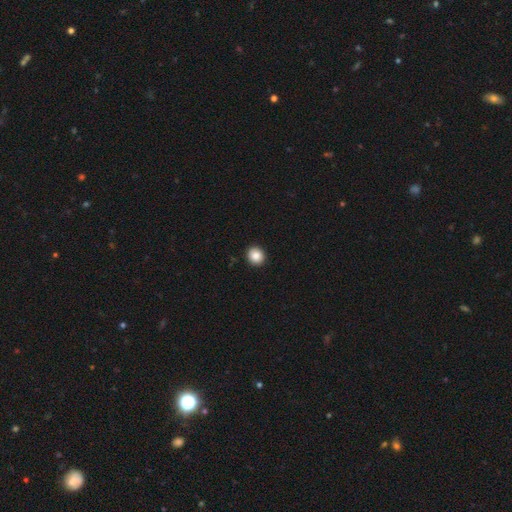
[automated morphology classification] Smooth or featured: smooth — 87% (star or artifact — 9%)
How rounded: round — 84% (in between — 15%)
Merging: none — 92% (minor disturbance — 6%)